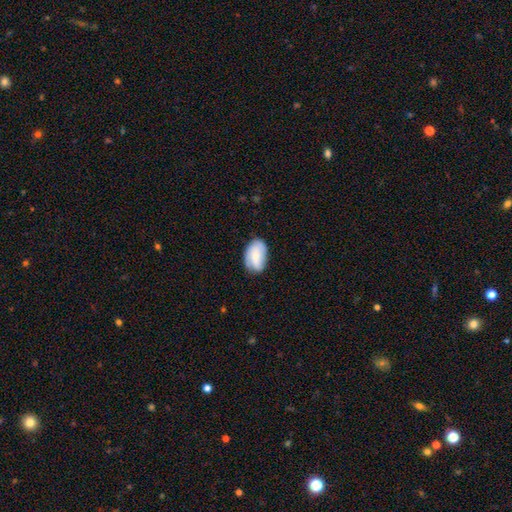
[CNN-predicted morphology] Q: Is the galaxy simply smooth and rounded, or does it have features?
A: smooth — 58%.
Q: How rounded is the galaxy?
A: in between — 90%.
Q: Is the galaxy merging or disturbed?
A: none — 68%.